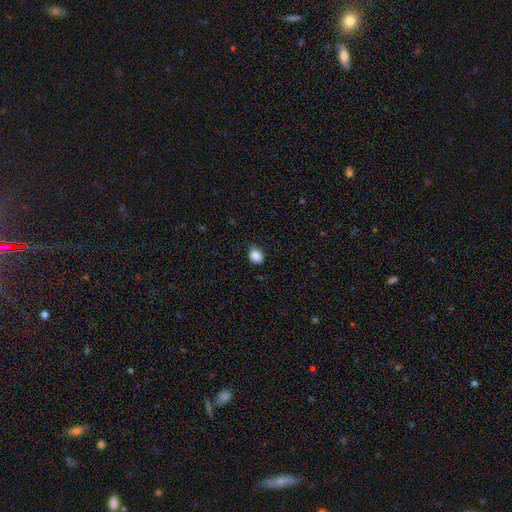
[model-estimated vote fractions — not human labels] smooth-or-featured: smooth: 87% | star or artifact: 9% | featured or disk: 4%
  how-rounded: in between: 55% | round: 44% | cigar-shaped: 1%
  merging: none: 76% | minor disturbance: 20% | major disturbance: 3% | merger: 1%